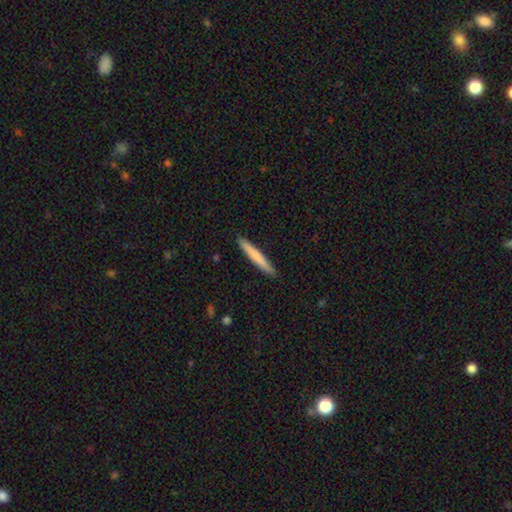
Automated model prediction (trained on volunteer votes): Smooth or featured: smooth — 72% (featured or disk — 23%)
How rounded: cigar-shaped — 96% (in between — 3%)
Merging: none — 91% (minor disturbance — 6%)